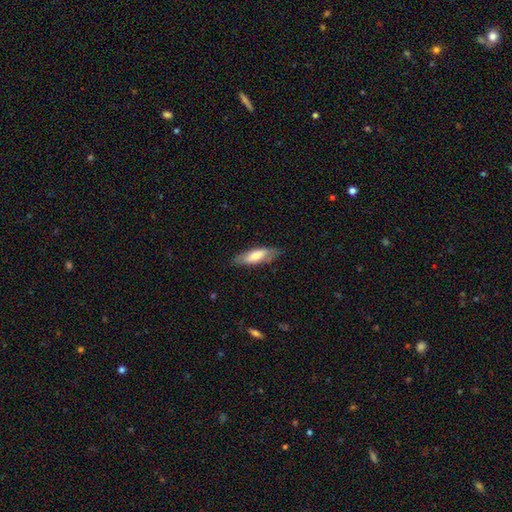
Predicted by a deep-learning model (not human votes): This is likely a smooth galaxy (62%). How rounded: possibly in between (55%). Merging: likely none (77%).